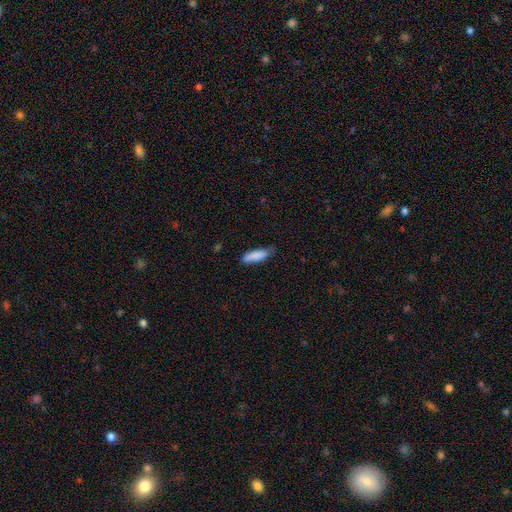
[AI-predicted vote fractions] A smooth galaxy with no disk features (87%) that is in between round and cigar-shaped (51%). Merging: none (71%).